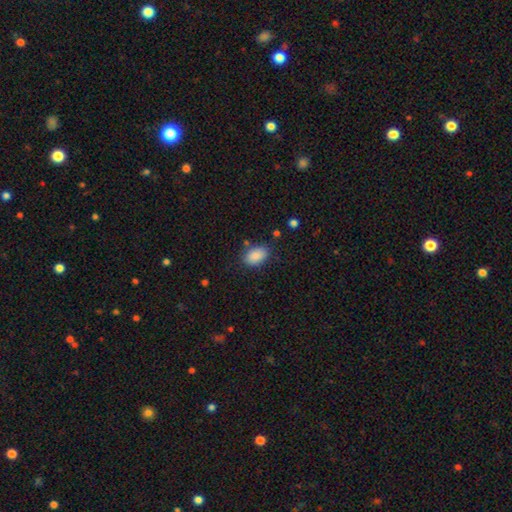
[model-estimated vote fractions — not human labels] A smooth galaxy with no disk features (88%) that is in between round and cigar-shaped (90%). Merging: none (79%).